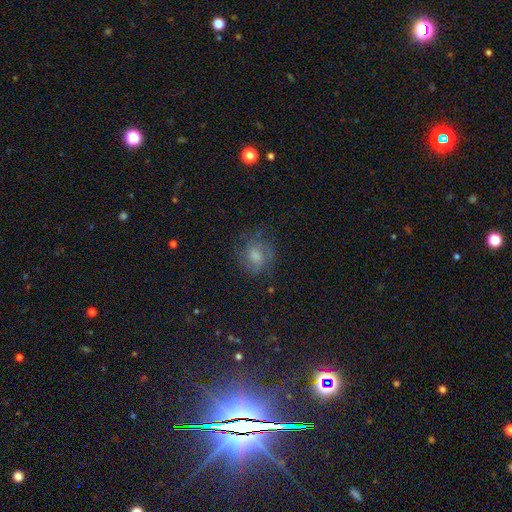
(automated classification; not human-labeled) Smooth or featured: featured or disk — 53% (smooth — 24%)
Edge-on disk: no — 97% (yes — 3%)
Bar: no — 59% (weak — 35%)
Spiral arms: yes — 89% (no — 11%)
Bulge size: moderate — 50% (small — 27%)
Merging: none — 74% (minor disturbance — 16%)